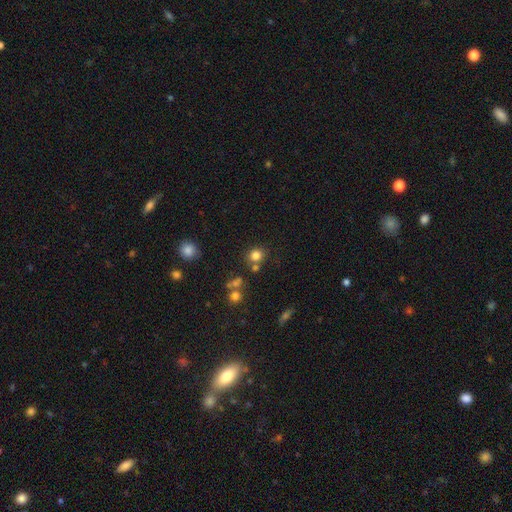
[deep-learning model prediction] Q: Smooth or featured?
A: smooth (79%); runner-up: star or artifact (14%)
Q: How rounded?
A: round (82%); runner-up: in between (17%)
Q: Merging?
A: none (70%); runner-up: merger (15%)